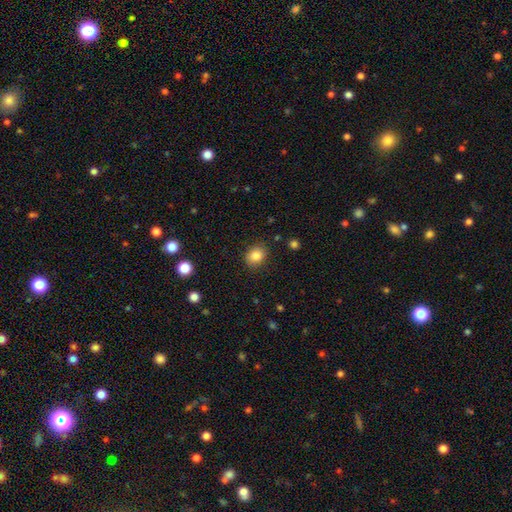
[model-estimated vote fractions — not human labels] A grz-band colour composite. It shows a smooth galaxy with no disk features (85%) that is round (52%). Merging: none (86%).